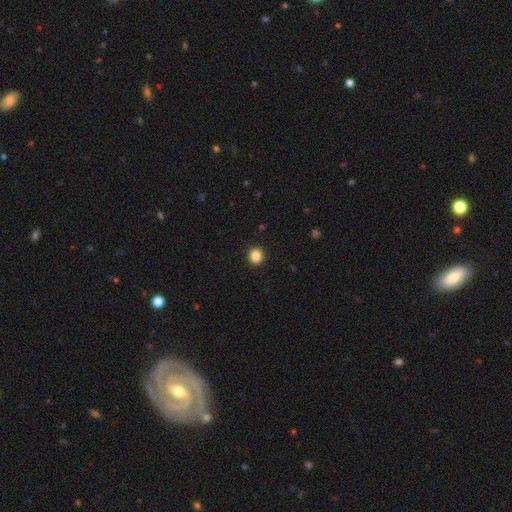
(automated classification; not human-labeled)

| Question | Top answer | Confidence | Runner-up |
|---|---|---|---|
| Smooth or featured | smooth | 86% | star or artifact (11%) |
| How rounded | round | 89% | in between (10%) |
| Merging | none | 93% | minor disturbance (5%) |